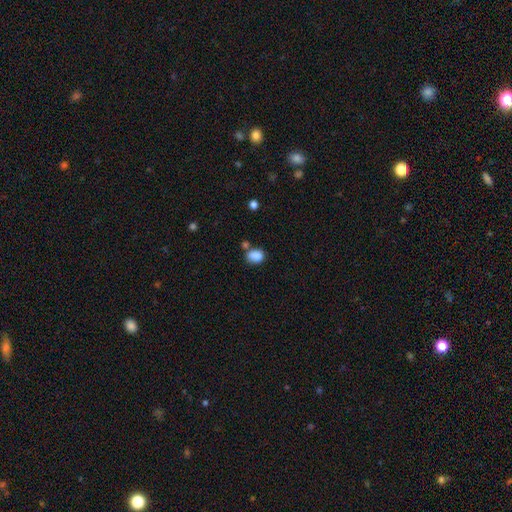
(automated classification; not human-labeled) A smooth galaxy with no disk features (85%) that is in between round and cigar-shaped (63%).

Vote fractions:
- Smooth or featured? smooth: 85% / star or artifact: 10% / featured or disk: 5%
- How rounded? in between: 63% / round: 36% / cigar-shaped: 1%
- Merging? none: 58% / merger: 19% / minor disturbance: 18% / major disturbance: 5%